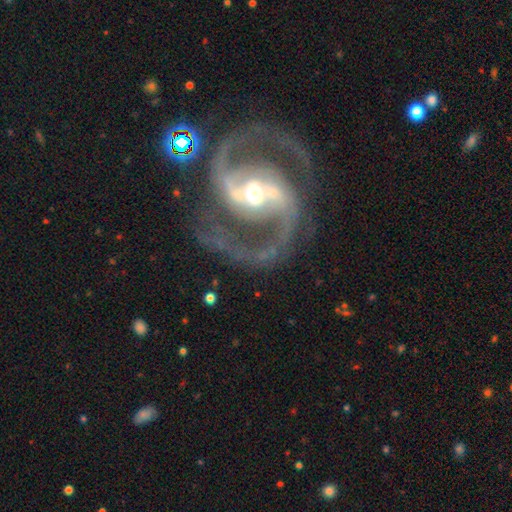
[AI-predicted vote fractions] smooth-or-featured: featured or disk: 94% | star or artifact: 4% | smooth: 2%
  disk-edge-on: no: 98% | yes: 2%
    bar: strong: 54% | weak: 33% | no: 13%
    has-spiral-arms: yes: 99% | no: 1%
      spiral-winding: medium: 69% | tight: 19% | loose: 13%
      spiral-arm-count: 2: 93% | 3: 3% | can't tell: 1% | 1: 1% | 4: 1% | more than 4: 1%
    bulge-size: moderate: 59% | small: 31% | large: 8% | none: 1% | dominant: 1%
  merging: none: 75% | minor disturbance: 14% | major disturbance: 8% | merger: 3%